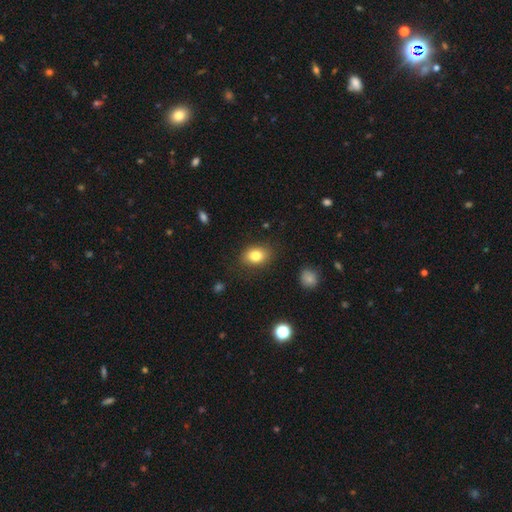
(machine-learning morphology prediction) Smooth or featured? Predicted: smooth (p=0.82). How rounded? Predicted: in between (p=0.73). Merging? Predicted: none (p=0.84).